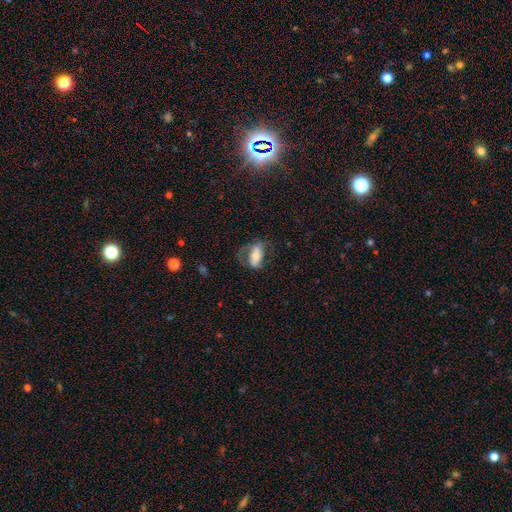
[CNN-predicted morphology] Smooth or featured? Predicted: featured or disk (p=0.50). Merging? Predicted: none (p=0.49).